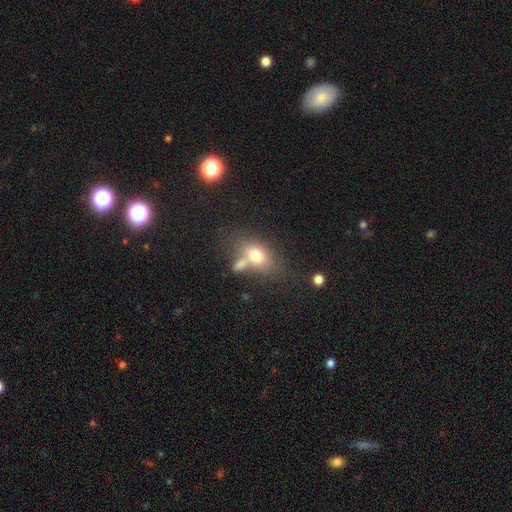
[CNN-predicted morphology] Q: Smooth or featured?
A: smooth (73%); runner-up: featured or disk (17%)
Q: How rounded?
A: in between (75%); runner-up: round (22%)
Q: Merging?
A: none (43%); runner-up: merger (35%)